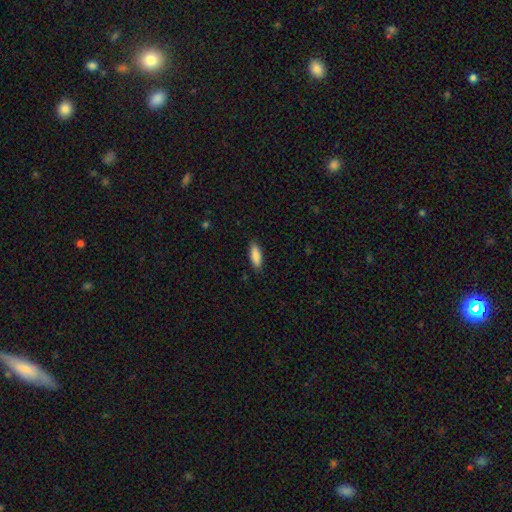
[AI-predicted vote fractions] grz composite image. It shows a smooth galaxy with no disk features (88%) that is in between round and cigar-shaped (62%). Merging: none (87%).